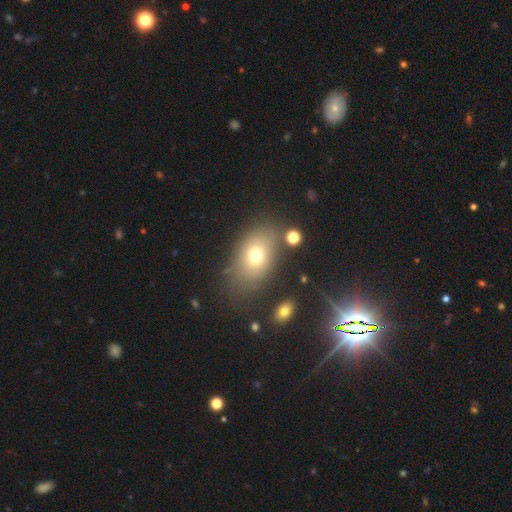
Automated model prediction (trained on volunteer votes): Smooth or featured? smooth (70%)
How rounded? in between (78%)
Merging? none (74%)